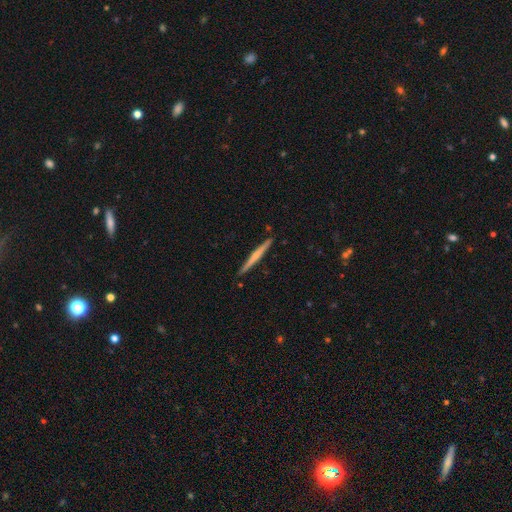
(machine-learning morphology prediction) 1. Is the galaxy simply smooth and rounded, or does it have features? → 57% featured or disk, 38% smooth, 5% star or artifact.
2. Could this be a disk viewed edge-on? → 98% yes, 2% no.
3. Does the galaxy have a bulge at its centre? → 50% none, 43% rounded, 7% boxy.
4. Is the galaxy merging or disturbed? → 91% none, 6% minor disturbance, 1% merger, 1% major disturbance.